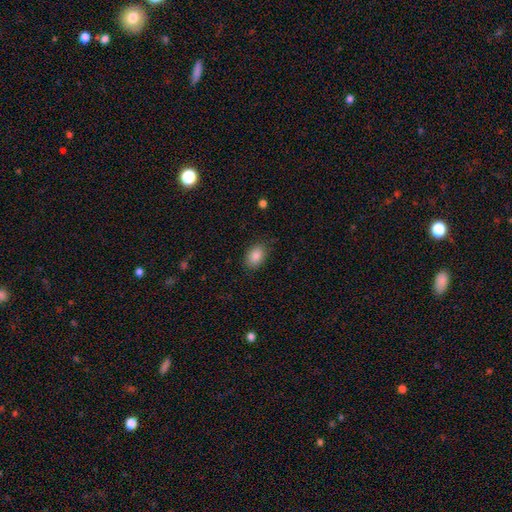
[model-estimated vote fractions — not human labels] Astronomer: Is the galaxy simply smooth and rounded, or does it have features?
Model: smooth — 87%.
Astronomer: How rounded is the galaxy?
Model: in between — 83%.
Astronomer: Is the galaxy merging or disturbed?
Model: none — 83%.